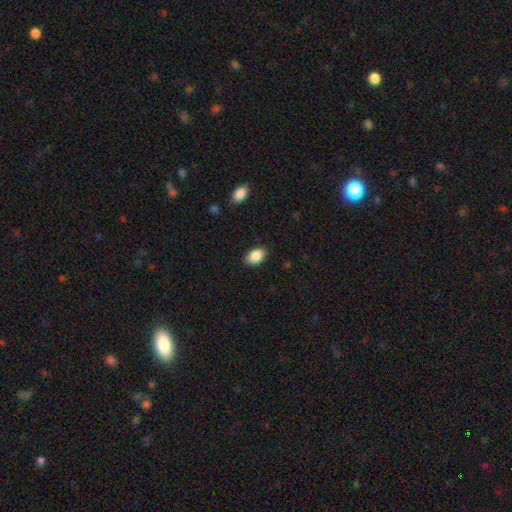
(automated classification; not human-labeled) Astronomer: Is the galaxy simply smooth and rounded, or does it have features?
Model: smooth — 88%.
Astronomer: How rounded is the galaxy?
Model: in between — 91%.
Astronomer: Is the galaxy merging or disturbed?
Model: none — 86%.